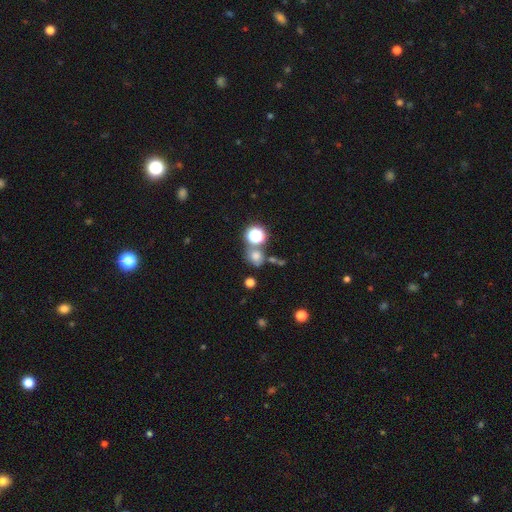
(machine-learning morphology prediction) type=smooth (61%); roundness=round (76%); merging=none (61%).